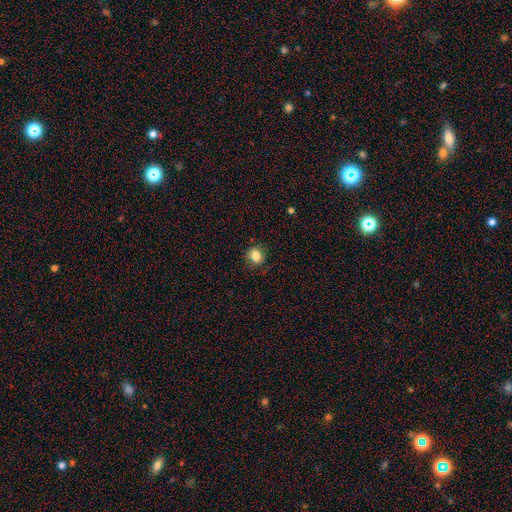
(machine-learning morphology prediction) This appears to be a smooth galaxy with no disk features (83%) that is round (73%). Merging: none (82%).